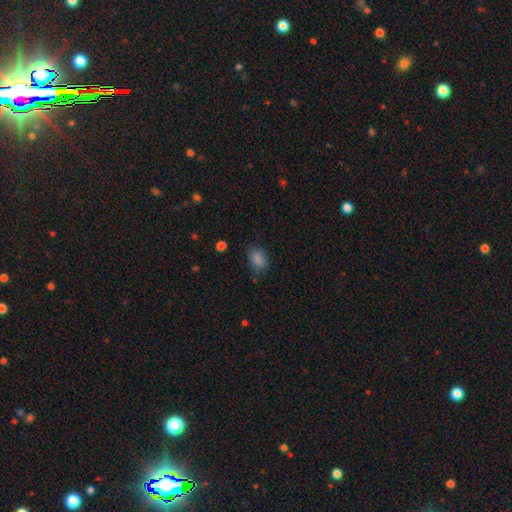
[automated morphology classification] Smooth or featured? Predicted: smooth (p=0.77). How rounded? Predicted: in between (p=0.80). Merging? Predicted: none (p=0.74).